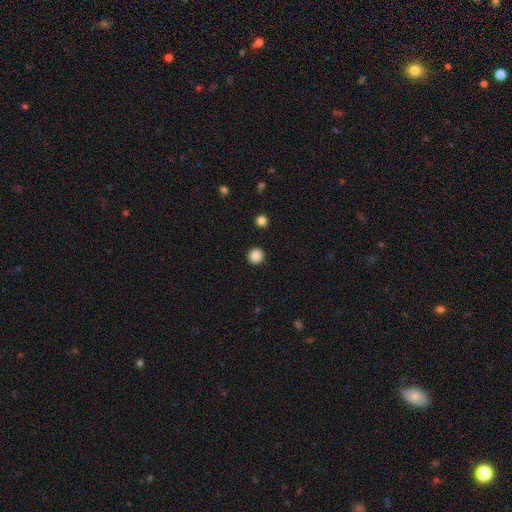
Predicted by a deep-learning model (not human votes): A smooth galaxy with no disk features (87%) that is round (95%). Merging: none (93%).